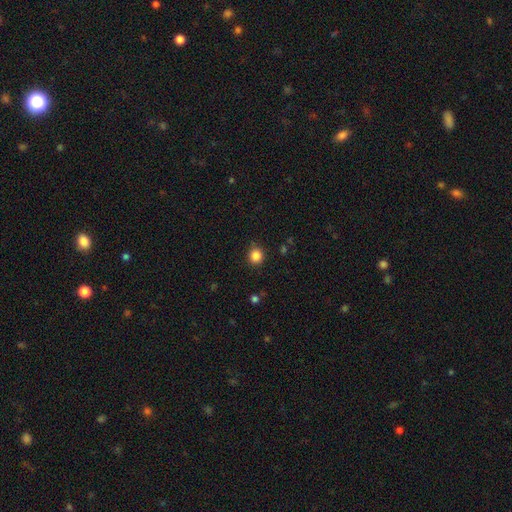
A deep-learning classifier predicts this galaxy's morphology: Q: Smooth or featured?
A: smooth (85%); runner-up: star or artifact (11%)
Q: How rounded?
A: round (90%); runner-up: in between (9%)
Q: Merging?
A: none (88%); runner-up: minor disturbance (8%)